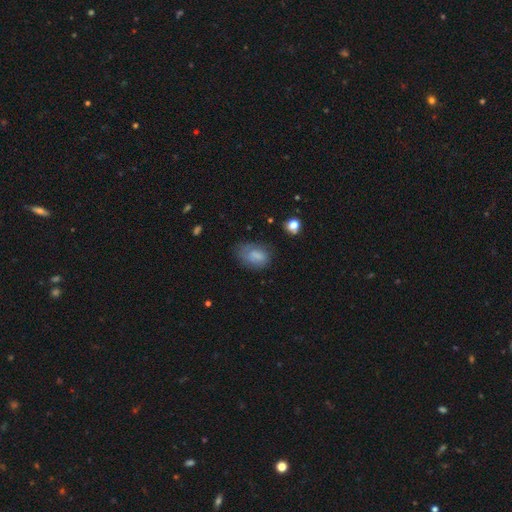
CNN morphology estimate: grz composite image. It shows a smooth galaxy with no disk features (68%) that is in between round and cigar-shaped (84%). Merging: none (49%).